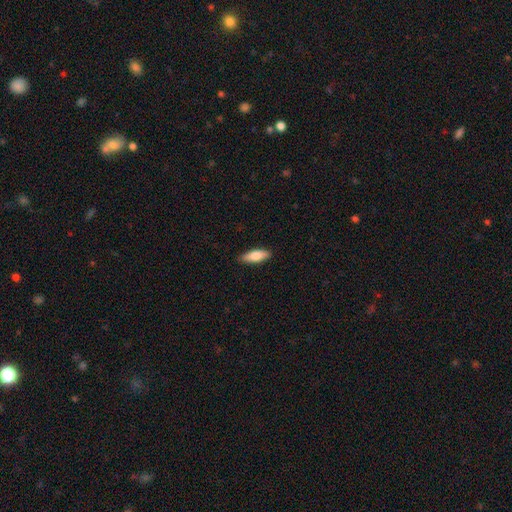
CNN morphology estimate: Smooth or featured: smooth — 77% (featured or disk — 17%)
How rounded: in between — 59% (cigar-shaped — 39%)
Merging: none — 88% (minor disturbance — 9%)